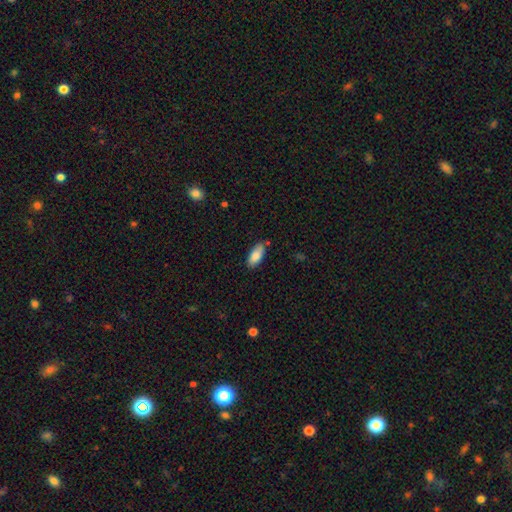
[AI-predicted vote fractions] Smooth or featured? Predicted: smooth (p=0.85). How rounded? Predicted: in between (p=0.86). Merging? Predicted: none (p=0.78).